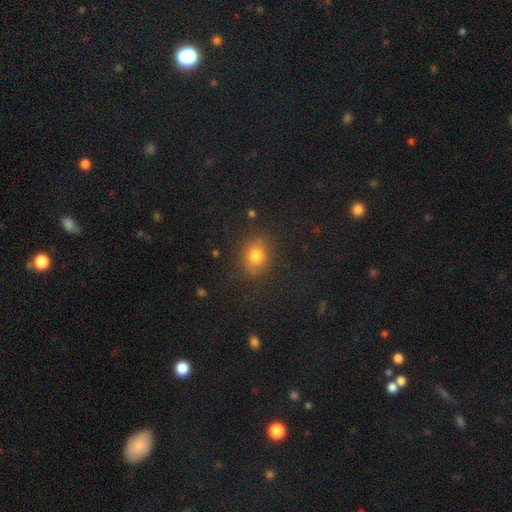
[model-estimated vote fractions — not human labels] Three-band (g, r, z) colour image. It shows a smooth galaxy with no disk features (77%) that is round (59%). Merging: none (80%).